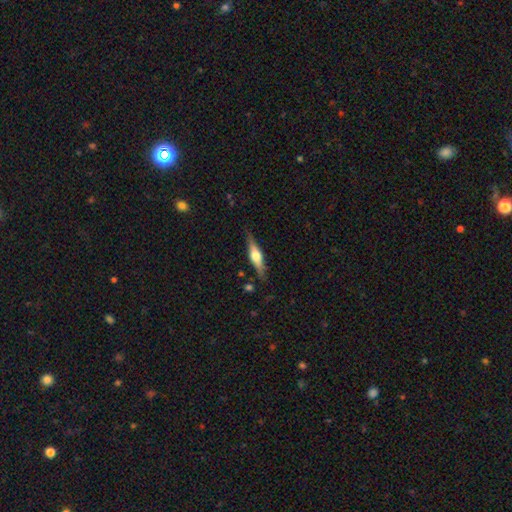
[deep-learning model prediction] Smooth or featured?
  - featured or disk: 59% *
  - smooth: 35%
  - star or artifact: 6%
Edge-on disk?
  - yes: 95% *
  - no: 5%
Edge-on bulge?
  - rounded: 91% *
  - boxy: 6%
  - none: 2%
Merging?
  - none: 83% *
  - minor disturbance: 12%
  - major disturbance: 3%
  - merger: 2%